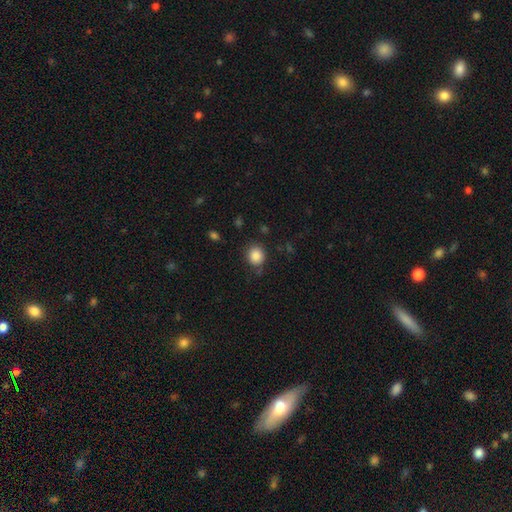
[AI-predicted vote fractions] Smooth or featured: smooth — 86% (star or artifact — 10%)
How rounded: round — 81% (in between — 18%)
Merging: none — 80% (minor disturbance — 13%)